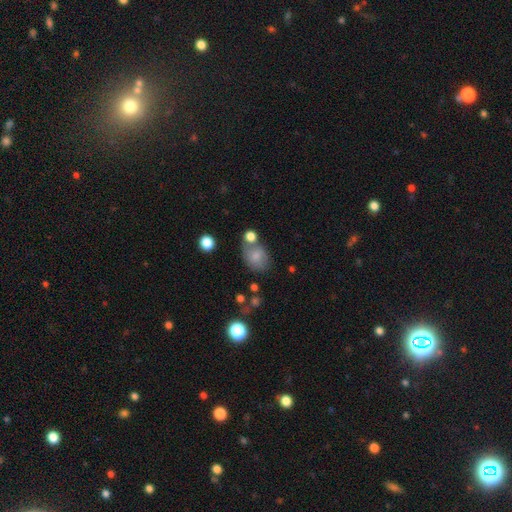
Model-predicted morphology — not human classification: Smooth or featured? smooth (76%)
How rounded? in between (57%)
Merging? none (49%)